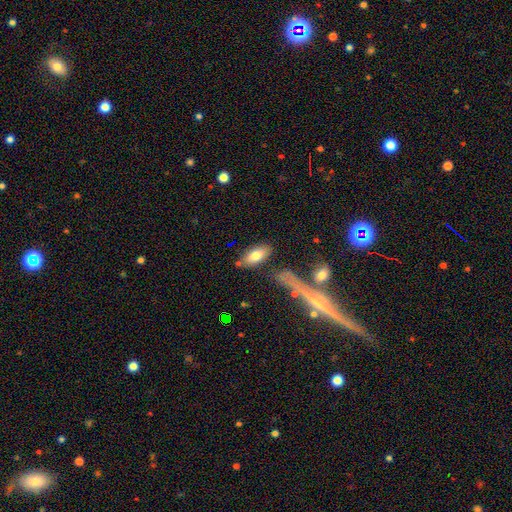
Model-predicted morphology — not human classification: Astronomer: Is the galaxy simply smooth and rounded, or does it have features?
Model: smooth — 75%.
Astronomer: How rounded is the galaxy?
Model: in between — 86%.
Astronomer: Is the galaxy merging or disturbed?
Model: none — 74%.